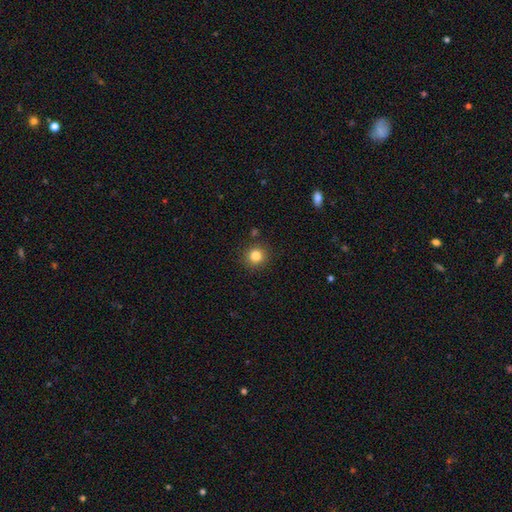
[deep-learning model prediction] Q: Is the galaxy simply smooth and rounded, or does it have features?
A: smooth — 83%.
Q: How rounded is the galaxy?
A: round — 93%.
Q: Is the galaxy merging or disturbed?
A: none — 89%.